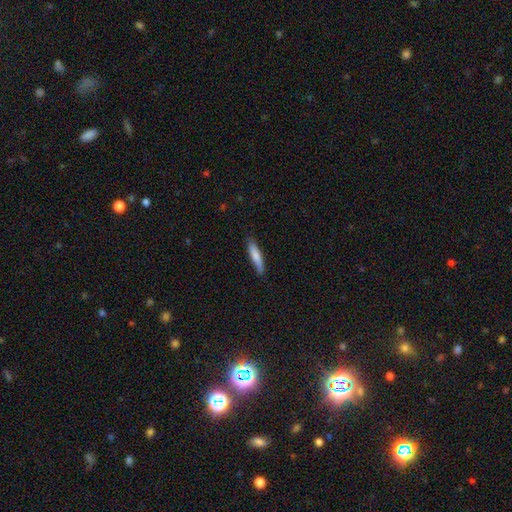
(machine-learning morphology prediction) type=smooth (77%); roundness=cigar-shaped (84%); merging=none (81%).